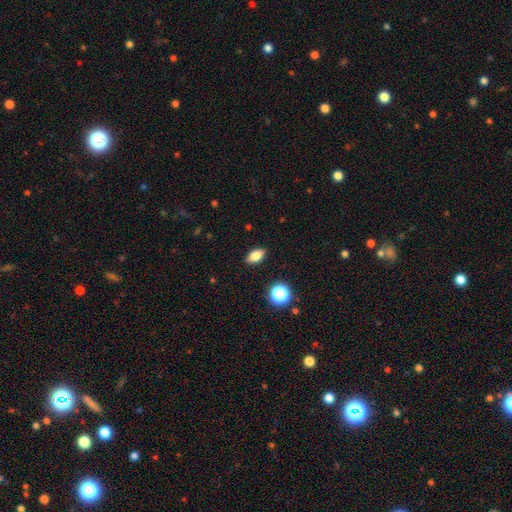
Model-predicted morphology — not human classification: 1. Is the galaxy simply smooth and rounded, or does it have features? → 78% smooth, 12% featured or disk, 10% star or artifact.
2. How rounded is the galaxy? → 85% in between, 8% round, 6% cigar-shaped.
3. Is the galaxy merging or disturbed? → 89% none, 8% minor disturbance, 2% major disturbance, 1% merger.